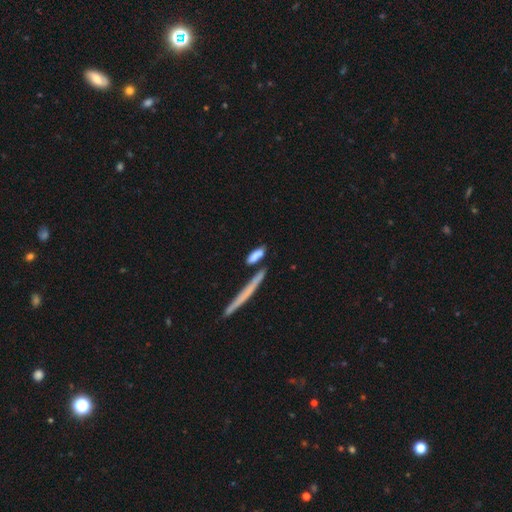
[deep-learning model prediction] A smooth galaxy with no disk features (76%) that is in between round and cigar-shaped (49%). Merging: none (59%).